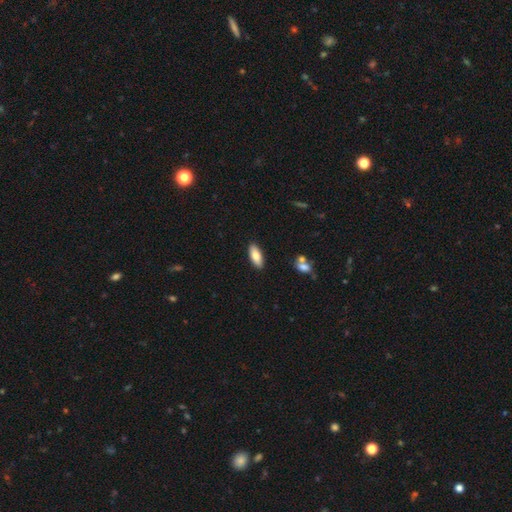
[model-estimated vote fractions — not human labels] A smooth galaxy with no disk features (79%) that is in between round and cigar-shaped (79%). Merging: none (89%).